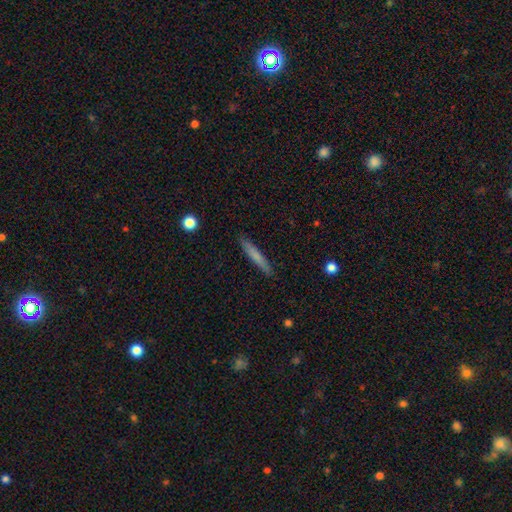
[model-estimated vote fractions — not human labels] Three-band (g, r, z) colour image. It shows a smooth galaxy with no disk features (71%) that is cigar-shaped (95%). Merging: none (89%).